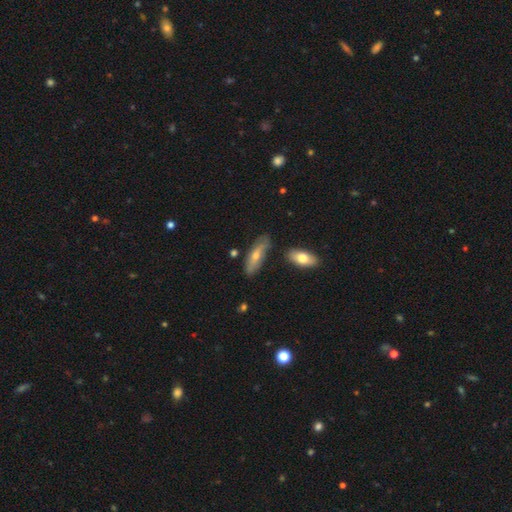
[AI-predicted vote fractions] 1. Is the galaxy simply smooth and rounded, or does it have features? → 51% smooth, 41% featured or disk, 8% star or artifact.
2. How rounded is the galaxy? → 52% in between, 45% cigar-shaped, 2% round.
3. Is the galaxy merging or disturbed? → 74% none, 17% minor disturbance, 5% merger, 4% major disturbance.